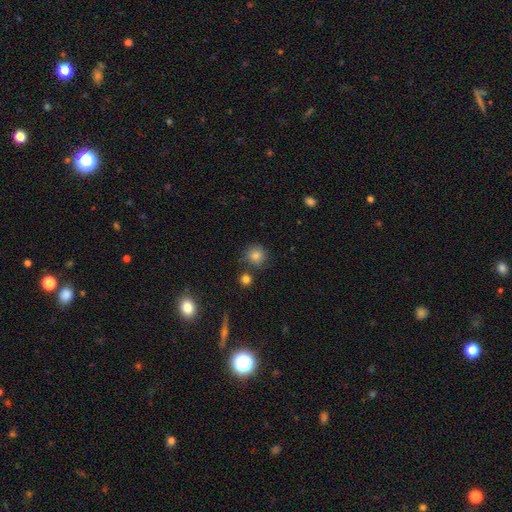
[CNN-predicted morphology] Smooth or featured?
  - smooth: 80% *
  - star or artifact: 12%
  - featured or disk: 8%
How rounded?
  - round: 91% *
  - in between: 9%
  - cigar-shaped: 1%
Merging?
  - none: 77% *
  - minor disturbance: 11%
  - merger: 8%
  - major disturbance: 3%